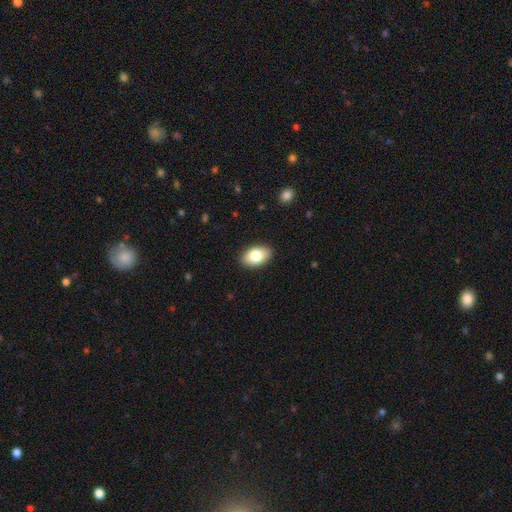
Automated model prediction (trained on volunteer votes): A smooth galaxy with no disk features (81%) that is in between round and cigar-shaped (91%).

Vote fractions:
- Smooth or featured? smooth: 81% / featured or disk: 12% / star or artifact: 7%
- How rounded? in between: 91% / round: 8% / cigar-shaped: 1%
- Merging? none: 89% / minor disturbance: 8% / major disturbance: 2% / merger: 1%